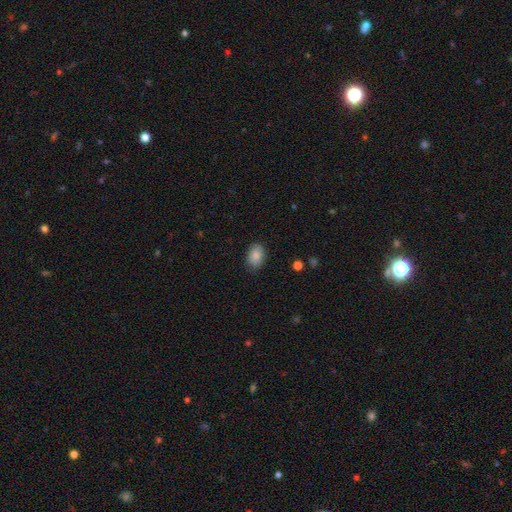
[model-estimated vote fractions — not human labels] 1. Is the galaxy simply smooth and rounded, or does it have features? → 87% smooth, 7% star or artifact, 6% featured or disk.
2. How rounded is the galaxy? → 86% in between, 13% round, 1% cigar-shaped.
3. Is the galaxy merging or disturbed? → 85% none, 12% minor disturbance, 3% major disturbance, 1% merger.